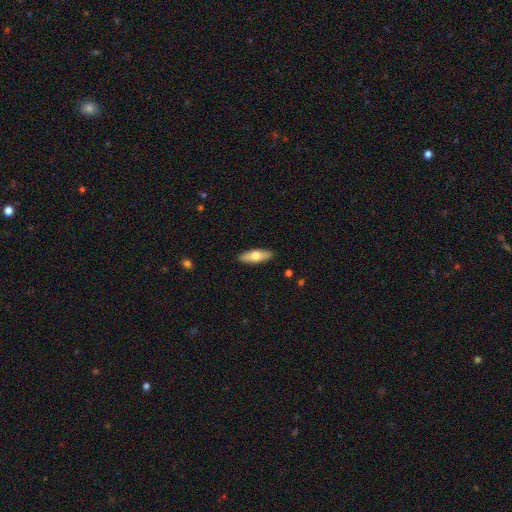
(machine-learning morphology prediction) smooth 65%, featured or disk 29%, star or artifact 5%. Down the decision tree: how rounded — in between (63%); merging — none (90%).